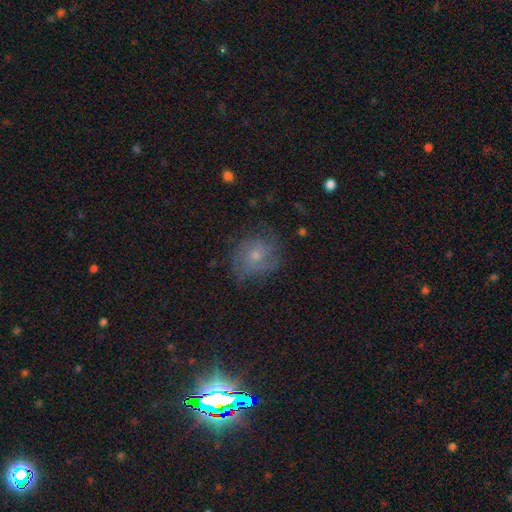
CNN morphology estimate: This is possibly a featured or disk galaxy (60%). It is clearly not viewed edge-on (97%). Bar: likely no (78%). Spiral arm pattern: clearly yes (86%). Central bulge: possibly small (52%). Merging: likely none (69%).